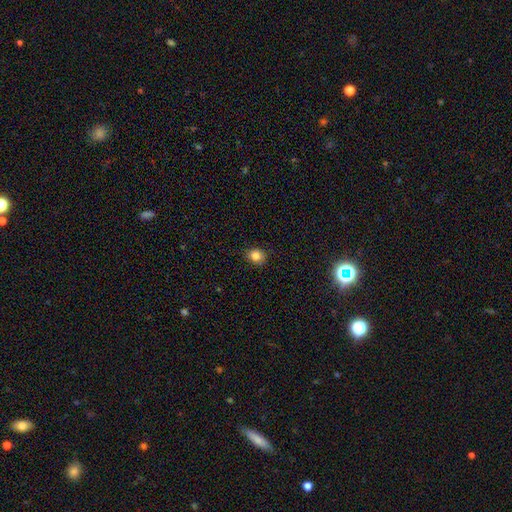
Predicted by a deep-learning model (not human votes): A smooth galaxy with no disk features (83%) that is round (67%).

Vote fractions:
- Smooth or featured? smooth: 83% / star or artifact: 12% / featured or disk: 5%
- How rounded? round: 67% / in between: 32% / cigar-shaped: 1%
- Merging? none: 85% / minor disturbance: 12% / major disturbance: 2% / merger: 1%